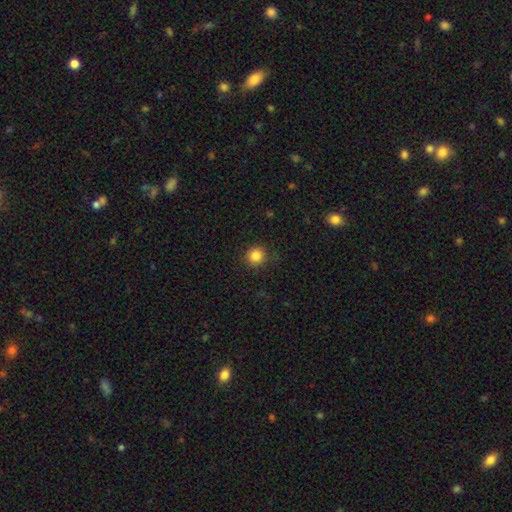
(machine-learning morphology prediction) type=smooth (85%); roundness=round (90%); merging=none (88%).